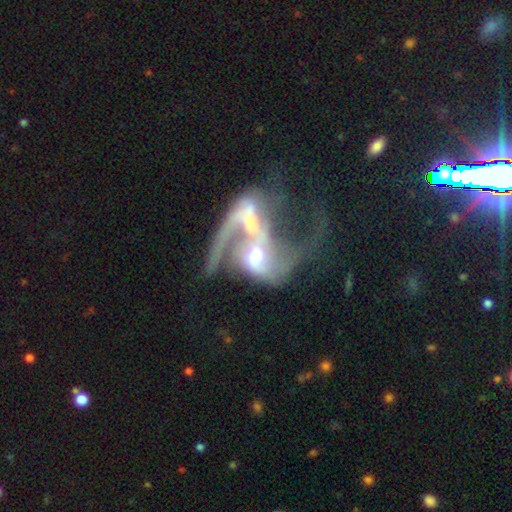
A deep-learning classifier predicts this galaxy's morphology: Smooth or featured: featured or disk — 75% (smooth — 16%)
Edge-on disk: no — 96% (yes — 4%)
Bar: no — 55% (weak — 31%)
Spiral arms: yes — 72% (no — 28%)
Spiral winding: loose — 64% (medium — 25%)
Spiral arm count: 1 — 41% (2 — 33%)
Bulge size: moderate — 64% (small — 17%)
Merging: merger — 56% (major disturbance — 28%)